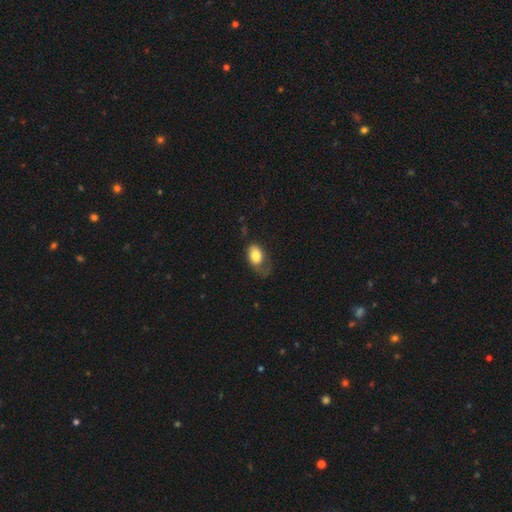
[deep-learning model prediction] The model was most divided on "merging": major disturbance: 38%, none: 30%, minor disturbance: 29%, merger: 2%. More confident: how rounded — in between (86%); smooth or featured — smooth (75%).